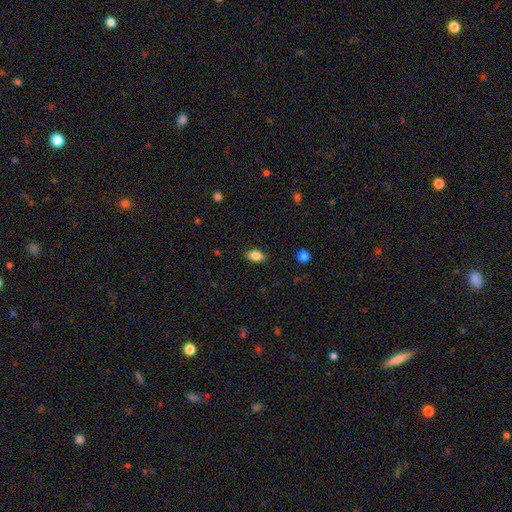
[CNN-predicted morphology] Smooth or featured? Predicted: smooth (p=0.87). How rounded? Predicted: in between (p=0.90). Merging? Predicted: none (p=0.88).